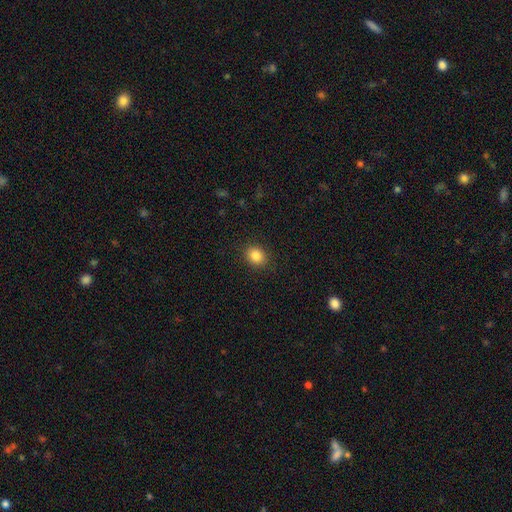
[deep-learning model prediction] Smooth or featured? Predicted: smooth (p=0.86). How rounded? Predicted: round (p=0.63). Merging? Predicted: none (p=0.90).